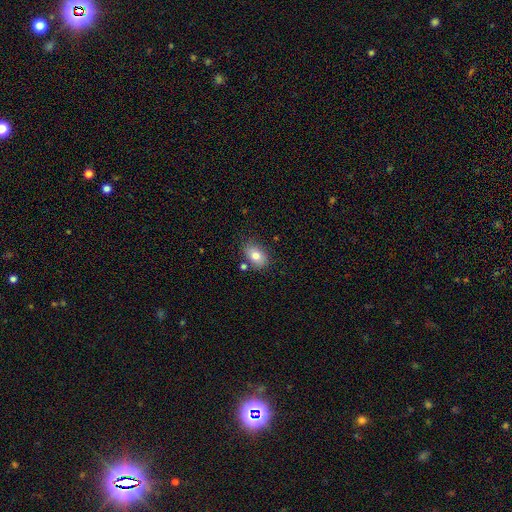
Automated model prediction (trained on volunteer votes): Smooth or featured: smooth — 78% (featured or disk — 14%)
How rounded: in between — 82% (round — 17%)
Merging: none — 75% (minor disturbance — 15%)